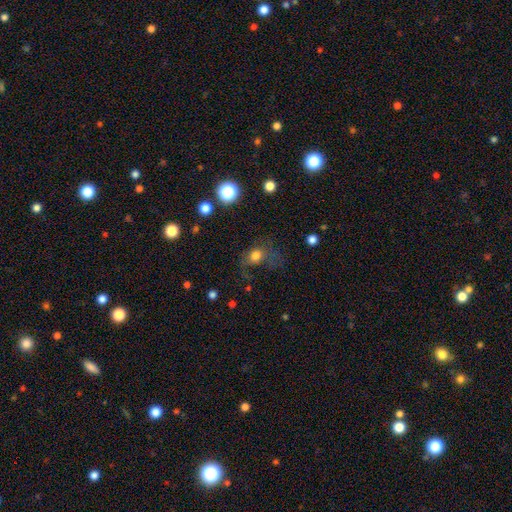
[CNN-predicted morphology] A smooth galaxy with no disk features (71%) that is in between round and cigar-shaped (50%).

Vote fractions:
- Smooth or featured? smooth: 71% / star or artifact: 15% / featured or disk: 14%
- How rounded? in between: 50% / round: 48% / cigar-shaped: 2%
- Merging? none: 40% / major disturbance: 35% / minor disturbance: 22% / merger: 4%